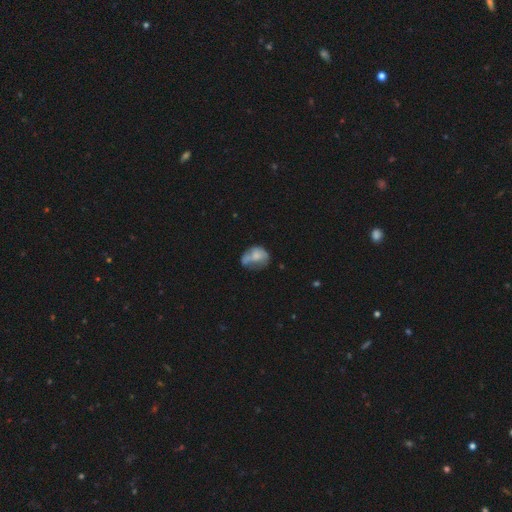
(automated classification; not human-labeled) This appears to be a smooth galaxy with no disk features (53%) that is in between round and cigar-shaped (62%). Merging: none (31%).